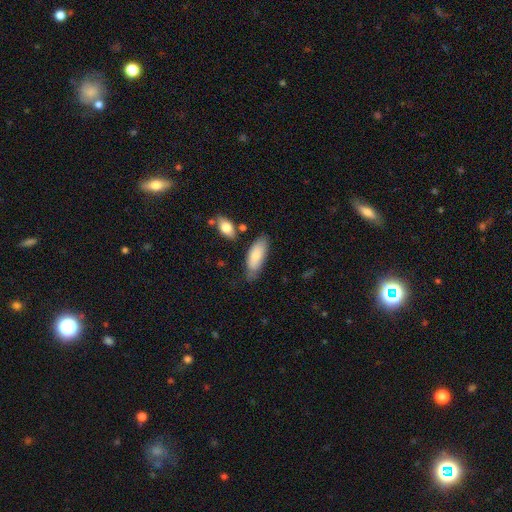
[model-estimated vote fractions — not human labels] A smooth galaxy with no disk features (80%) that is in between round and cigar-shaped (78%).

Vote fractions:
- Smooth or featured? smooth: 80% / featured or disk: 14% / star or artifact: 6%
- How rounded? in between: 78% / cigar-shaped: 21% / round: 2%
- Merging? none: 63% / minor disturbance: 26% / major disturbance: 6% / merger: 5%